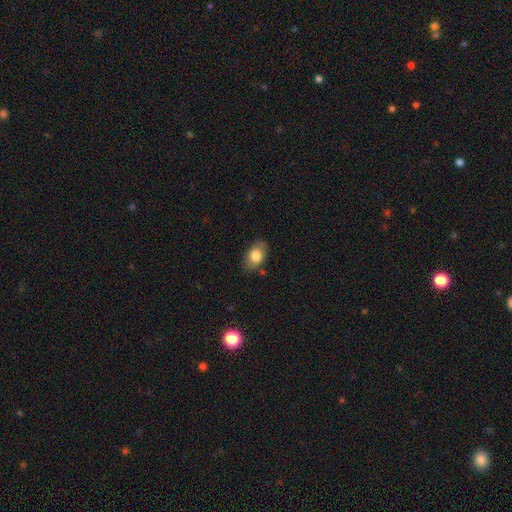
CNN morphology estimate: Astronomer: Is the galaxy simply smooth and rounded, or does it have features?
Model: smooth — 79%.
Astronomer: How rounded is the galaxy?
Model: in between — 88%.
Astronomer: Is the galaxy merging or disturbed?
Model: none — 81%.